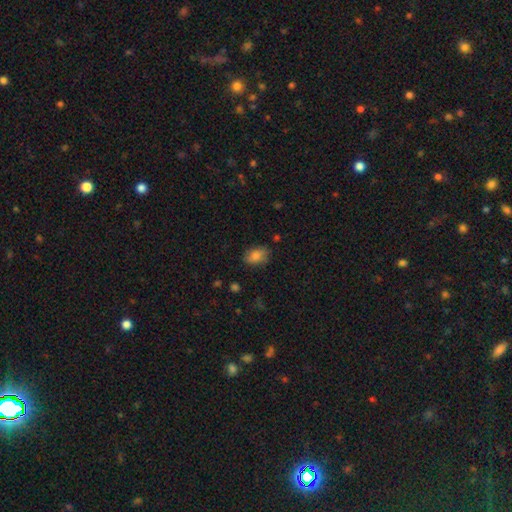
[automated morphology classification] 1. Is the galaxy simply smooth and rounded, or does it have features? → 84% smooth, 8% star or artifact, 8% featured or disk.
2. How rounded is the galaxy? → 84% in between, 14% round, 2% cigar-shaped.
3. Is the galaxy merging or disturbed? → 80% none, 15% minor disturbance, 4% major disturbance, 2% merger.